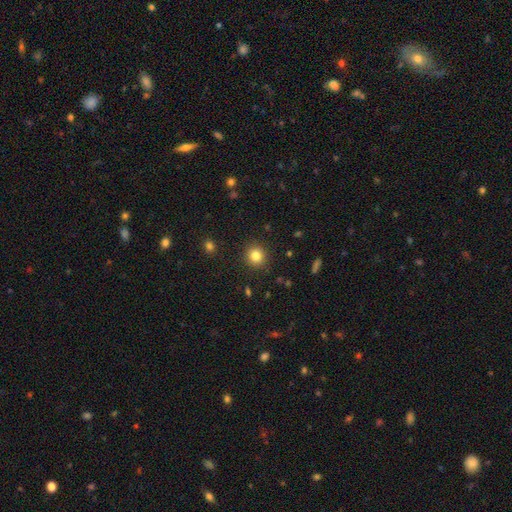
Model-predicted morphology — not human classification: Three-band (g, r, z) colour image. It shows a smooth galaxy with no disk features (83%) that is round (89%). Merging: none (90%).